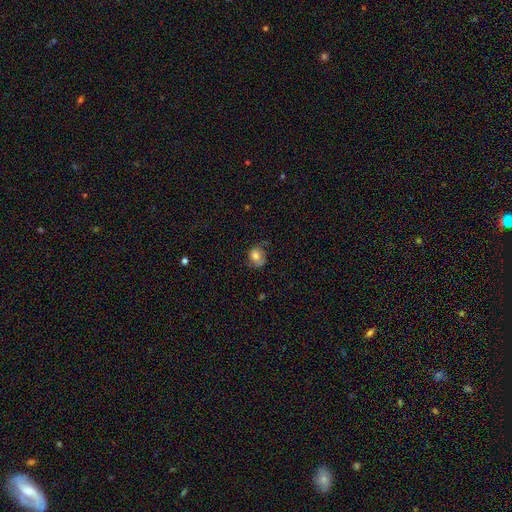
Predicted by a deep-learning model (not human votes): This is likely a smooth galaxy (73%). How rounded: possibly round (58%). Merging: possibly none (52%).